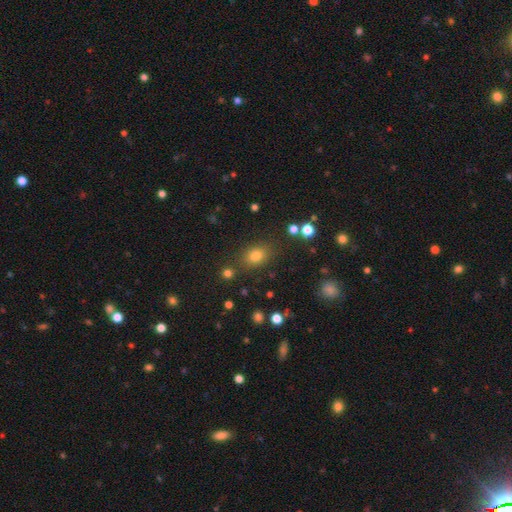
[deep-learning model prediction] This is likely a smooth galaxy (77%). How rounded: likely in between (67%). Merging: likely none (80%).